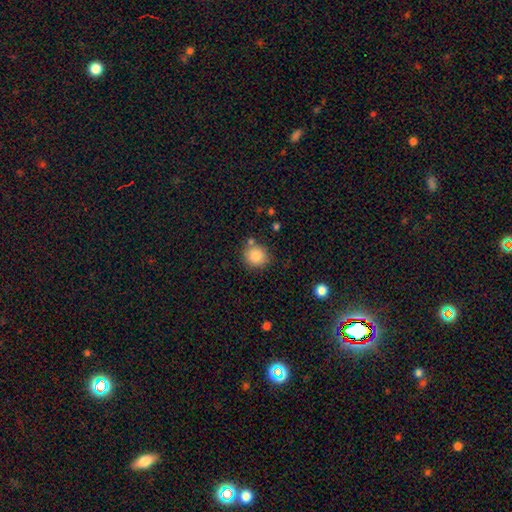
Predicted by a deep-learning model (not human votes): Smooth or featured? smooth (85%)
How rounded? round (86%)
Merging? none (77%)